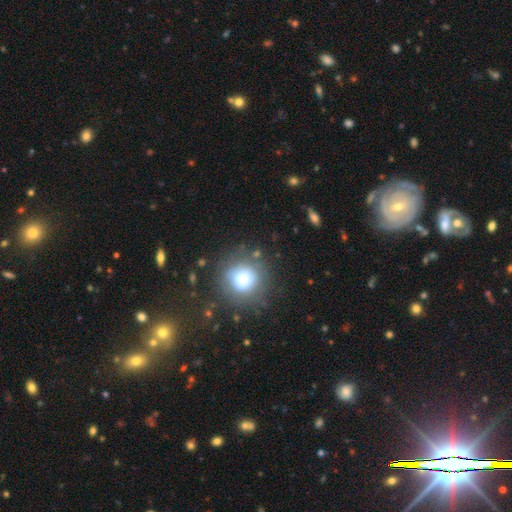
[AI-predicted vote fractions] Smooth or featured: smooth — 60% (featured or disk — 21%)
How rounded: round — 90% (in between — 9%)
Merging: none — 80% (minor disturbance — 11%)